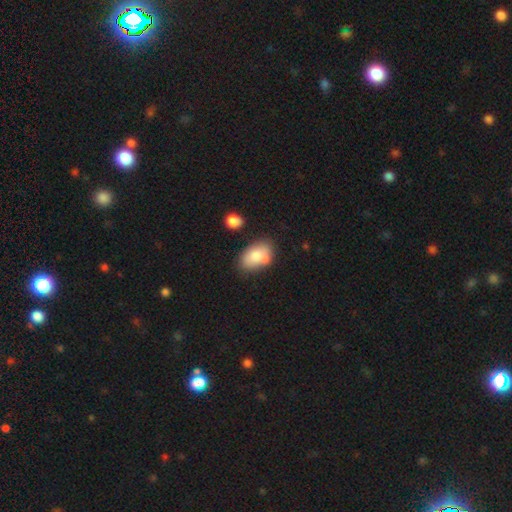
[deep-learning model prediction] Overall: smooth (76%). How rounded: in between (90%). Merging: none (57%; merger 19%).